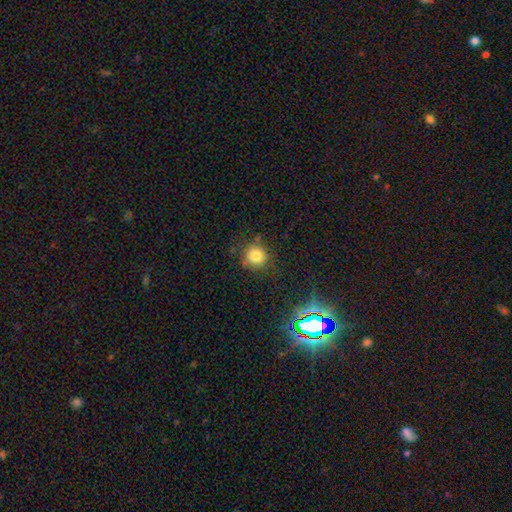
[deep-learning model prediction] A smooth galaxy with no disk features (79%) that is round (91%).

Vote fractions:
- Smooth or featured? smooth: 79% / star or artifact: 14% / featured or disk: 7%
- How rounded? round: 91% / in between: 8% / cigar-shaped: 1%
- Merging? none: 81% / minor disturbance: 12% / major disturbance: 3% / merger: 3%